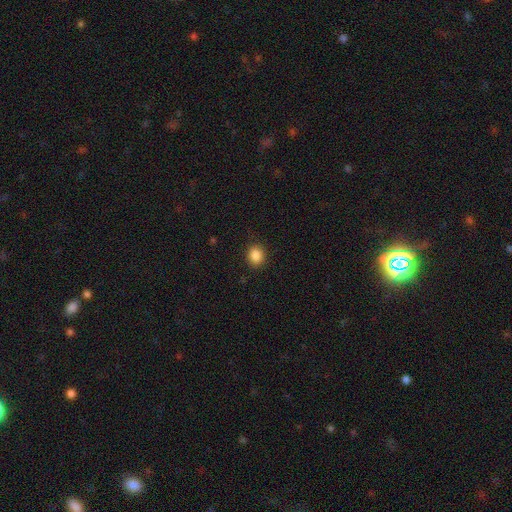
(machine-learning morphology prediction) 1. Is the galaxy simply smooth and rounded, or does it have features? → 87% smooth, 10% star or artifact, 3% featured or disk.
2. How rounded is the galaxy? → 72% round, 27% in between, 1% cigar-shaped.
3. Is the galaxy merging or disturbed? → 88% none, 9% minor disturbance, 3% major disturbance, 1% merger.